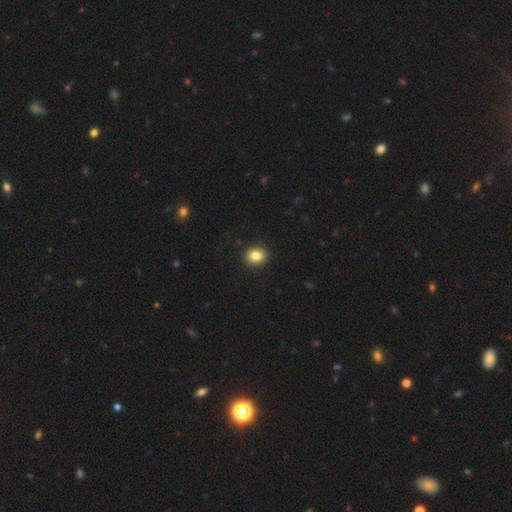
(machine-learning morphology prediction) The model was most divided on "how rounded": round: 72%, in between: 28%, cigar-shaped: 1%. More confident: merging — none (91%); smooth or featured — smooth (84%).